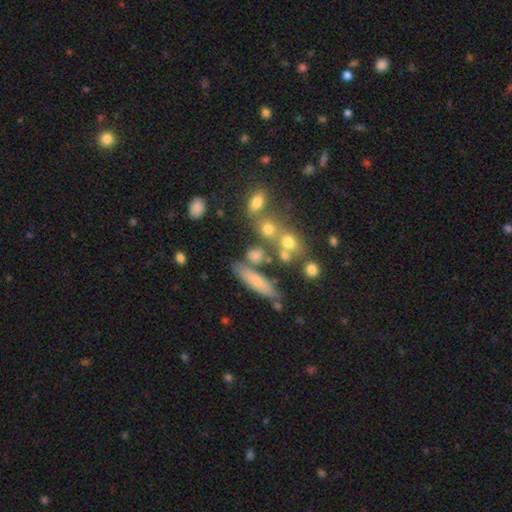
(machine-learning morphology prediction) This is likely a smooth galaxy (65%). How rounded: marginally in between (36%). Merging: possibly none (53%).